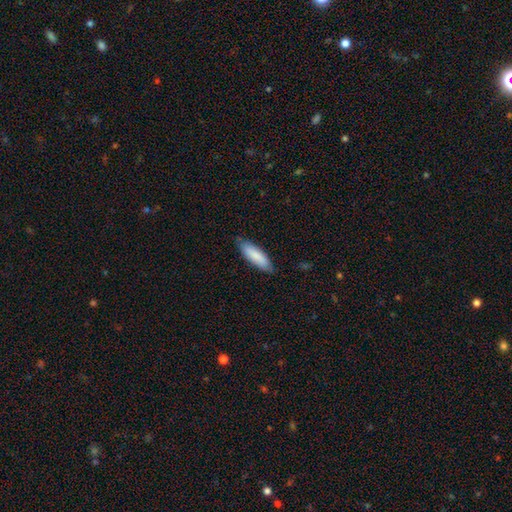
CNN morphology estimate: Smooth or featured? smooth (84%)
How rounded? cigar-shaped (51%)
Merging? none (82%)